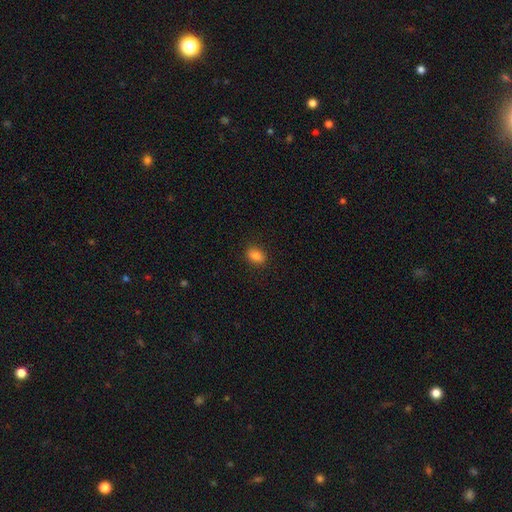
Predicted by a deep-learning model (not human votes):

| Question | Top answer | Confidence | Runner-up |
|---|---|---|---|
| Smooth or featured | smooth | 85% | star or artifact (10%) |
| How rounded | in between | 82% | round (16%) |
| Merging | none | 88% | minor disturbance (9%) |